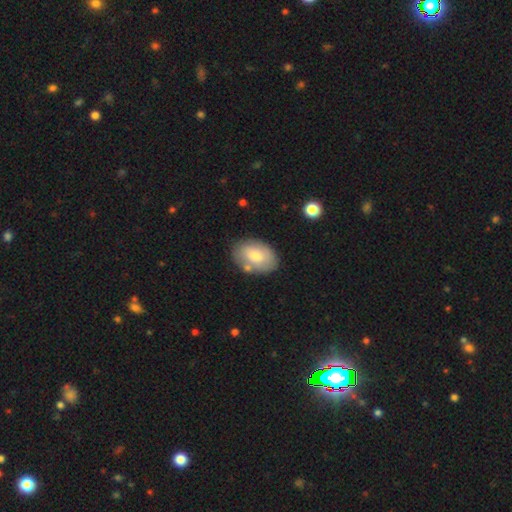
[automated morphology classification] Q: Smooth or featured?
A: smooth (73%); runner-up: featured or disk (21%)
Q: How rounded?
A: in between (87%); runner-up: round (12%)
Q: Merging?
A: none (73%); runner-up: minor disturbance (16%)